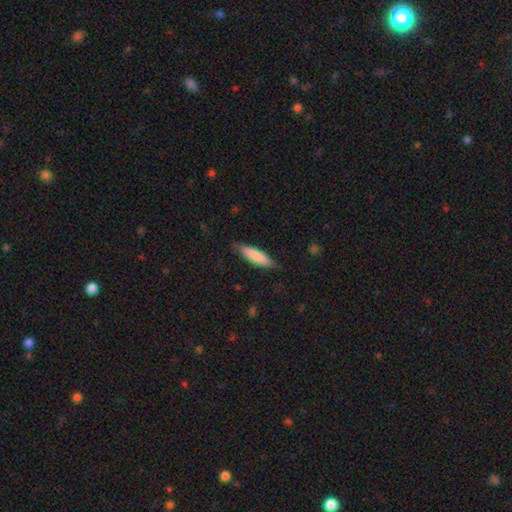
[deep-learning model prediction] Smooth or featured? Predicted: smooth (p=0.79). How rounded? Predicted: cigar-shaped (p=0.64). Merging? Predicted: none (p=0.78).